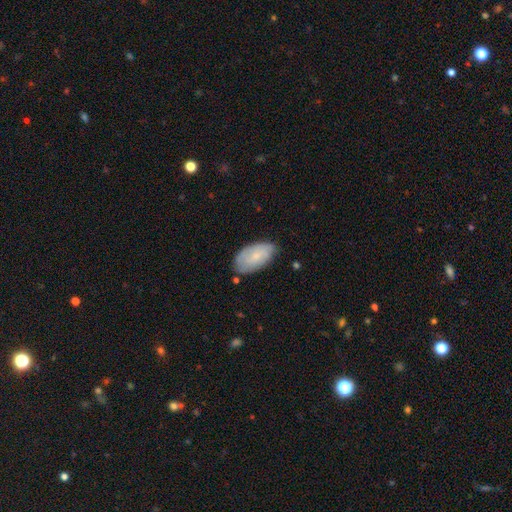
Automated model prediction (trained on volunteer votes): This appears to be a smooth galaxy with no disk features (60%) that is in between round and cigar-shaped (94%). Merging: none (72%).